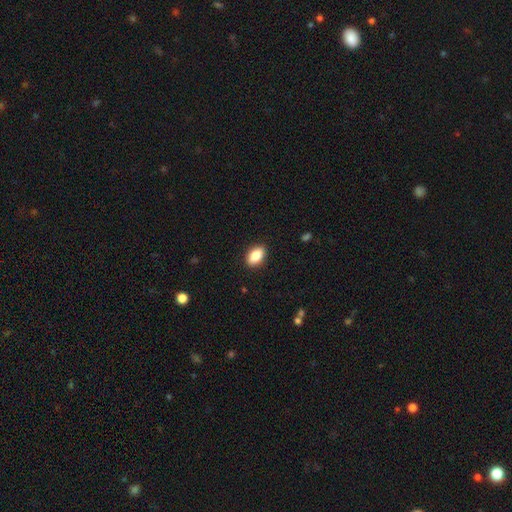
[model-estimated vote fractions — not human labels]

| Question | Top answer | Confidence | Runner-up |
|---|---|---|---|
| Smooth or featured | smooth | 86% | star or artifact (7%) |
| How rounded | in between | 89% | round (8%) |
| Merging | none | 89% | minor disturbance (8%) |